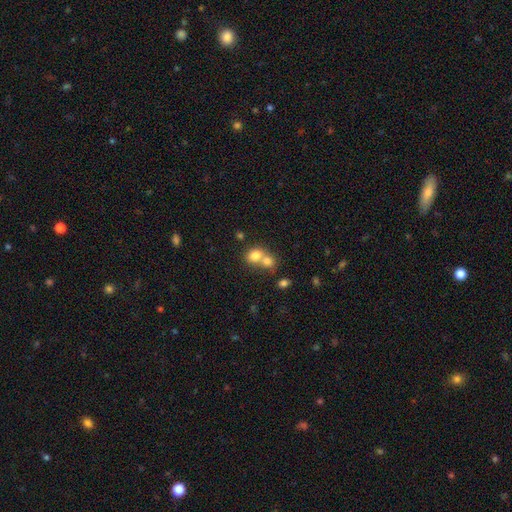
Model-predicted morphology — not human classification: Smooth or featured? Predicted: smooth (p=0.77). How rounded? Predicted: round (p=0.55). Merging? Predicted: merger (p=0.63).